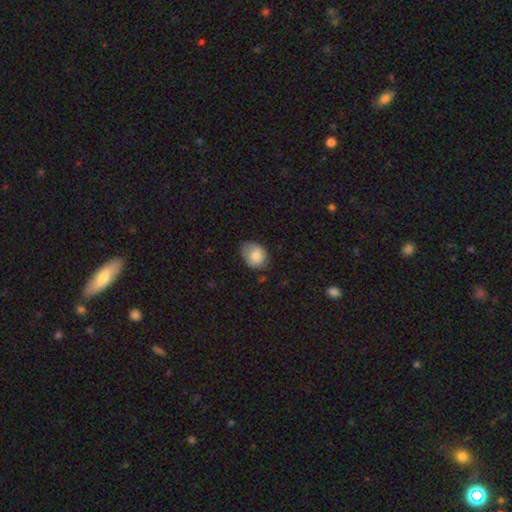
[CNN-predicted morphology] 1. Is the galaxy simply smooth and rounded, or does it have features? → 81% smooth, 12% featured or disk, 8% star or artifact.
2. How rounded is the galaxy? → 50% in between, 49% round, 1% cigar-shaped.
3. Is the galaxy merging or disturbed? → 61% none, 31% minor disturbance, 7% major disturbance, 1% merger.